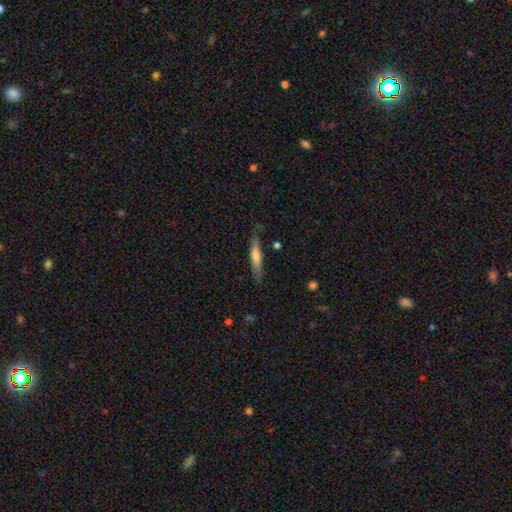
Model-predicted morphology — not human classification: smooth_or_featured: smooth (p=0.58) [alt: featured or disk p=0.36]
how_rounded: cigar-shaped (p=0.88) [alt: in between p=0.10]
merging: none (p=0.81) [alt: minor disturbance p=0.14]